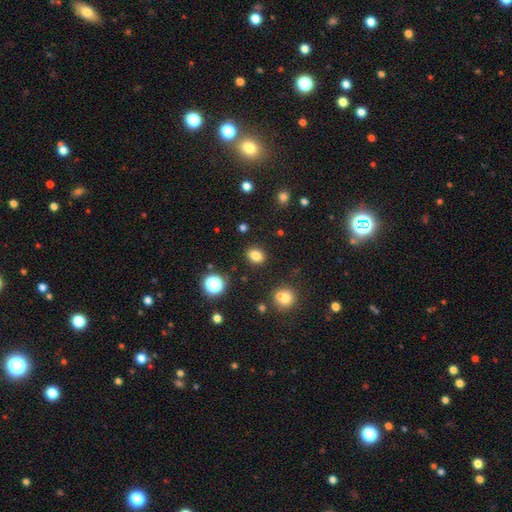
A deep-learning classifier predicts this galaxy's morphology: This is clearly a smooth galaxy (81%). How rounded: possibly in between (56%). Merging: clearly none (86%).